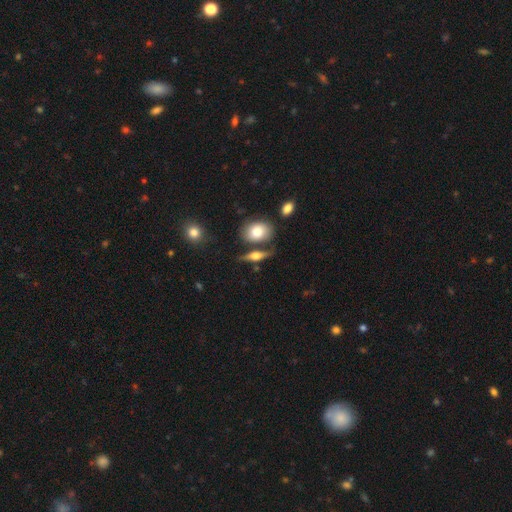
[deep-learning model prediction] Overall: featured or disk (55%; smooth 37%). Edge-on disk: yes (91%). Edge-on bulge: rounded (94%). Merging: none (73%).